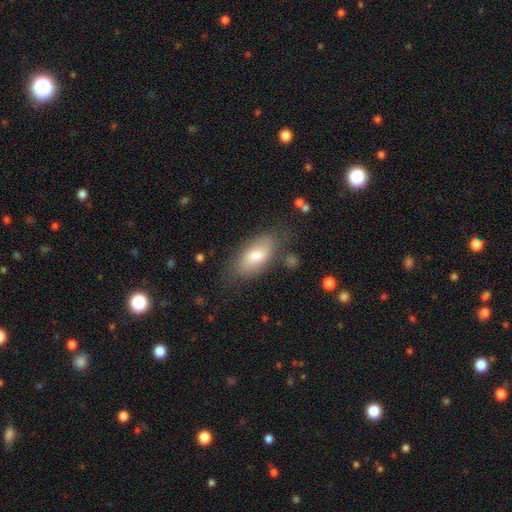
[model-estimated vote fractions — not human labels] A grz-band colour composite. It shows a smooth galaxy with no disk features (75%) that is in between round and cigar-shaped (88%). Merging: none (72%).